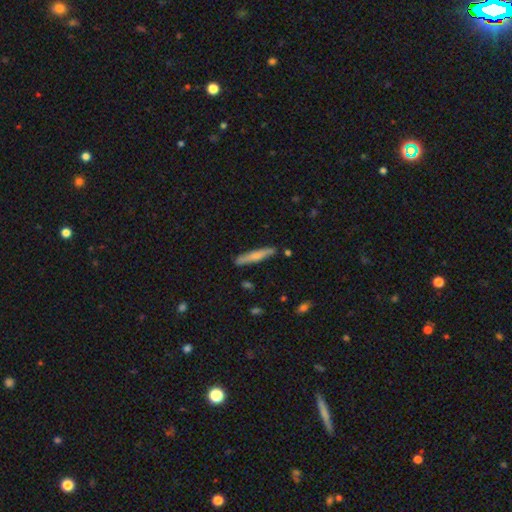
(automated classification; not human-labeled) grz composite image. It shows a smooth galaxy with no disk features (64%) that is cigar-shaped (92%). Merging: none (84%).